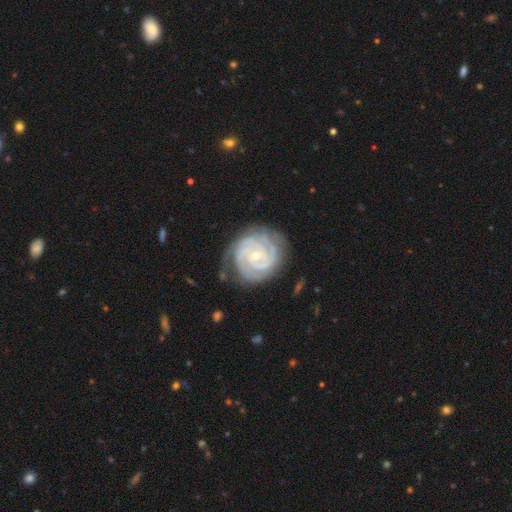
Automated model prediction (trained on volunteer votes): This appears to be a featured or disk galaxy (91%) with no bar (65%), 2 (32%) tight (82%) spiral arms (98%) and a small central bulge (72%). Merging: none (73%).